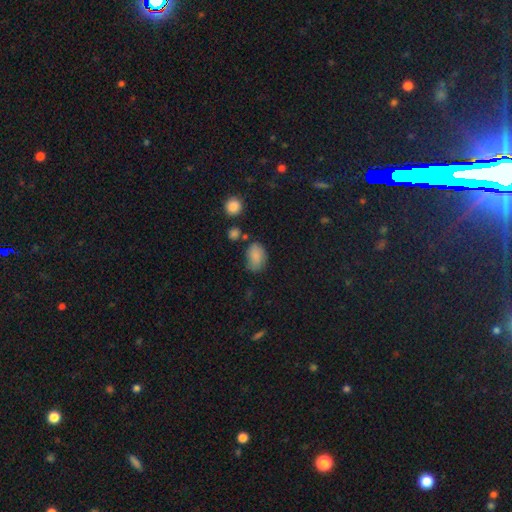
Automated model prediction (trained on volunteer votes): Overall: smooth (83%). How rounded: in between (80%). Merging: none (61%; minor disturbance 27%).